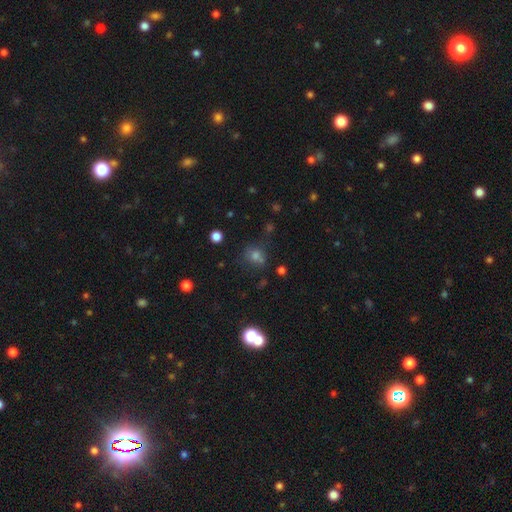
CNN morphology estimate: Smooth or featured? Predicted: smooth (p=0.65). How rounded? Predicted: round (p=0.69). Merging? Predicted: none (p=0.63).